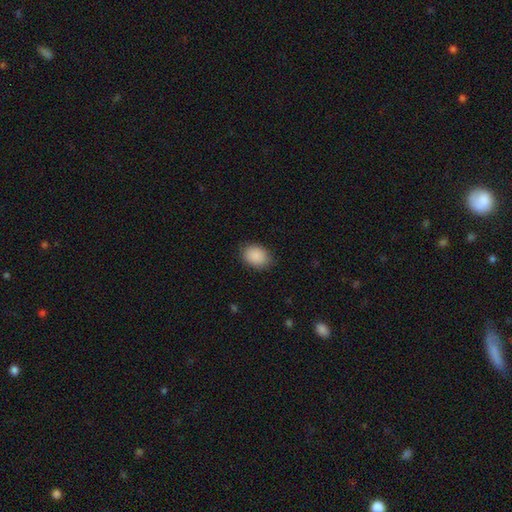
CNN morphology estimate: type=smooth (90%); roundness=in between (70%); merging=none (84%).